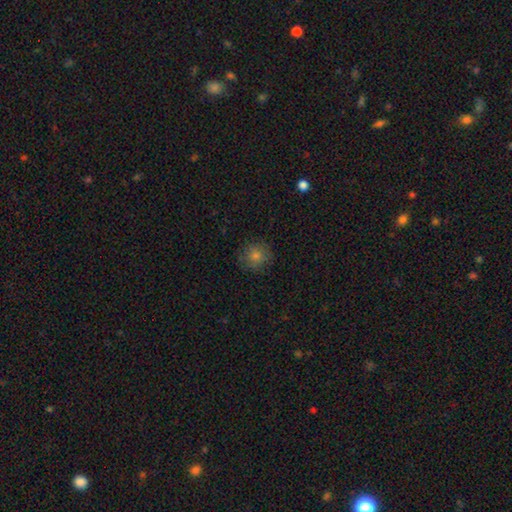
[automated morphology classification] A smooth galaxy with no disk features (77%) that is round (91%).

Vote fractions:
- Smooth or featured? smooth: 77% / star or artifact: 14% / featured or disk: 9%
- How rounded? round: 91% / in between: 8% / cigar-shaped: 1%
- Merging? none: 87% / minor disturbance: 9% / major disturbance: 2% / merger: 1%